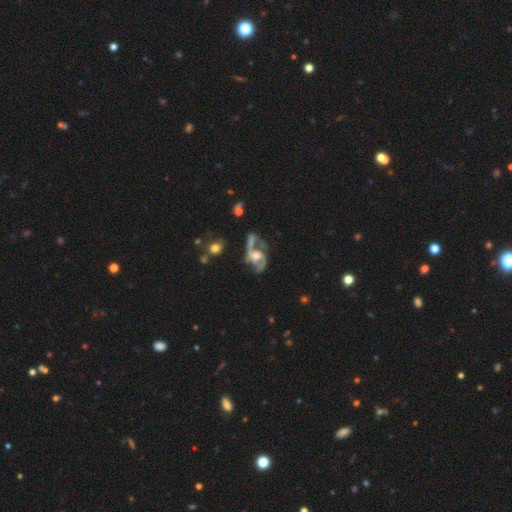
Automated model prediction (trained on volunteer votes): Smooth or featured? featured or disk (83%)
Edge-on disk? no (95%)
Bar? no (56%)
Spiral arms? yes (86%)
Spiral winding? loose (45%)
Spiral arm count? 2 (83%)
Bulge size? moderate (61%)
Merging? none (40%)